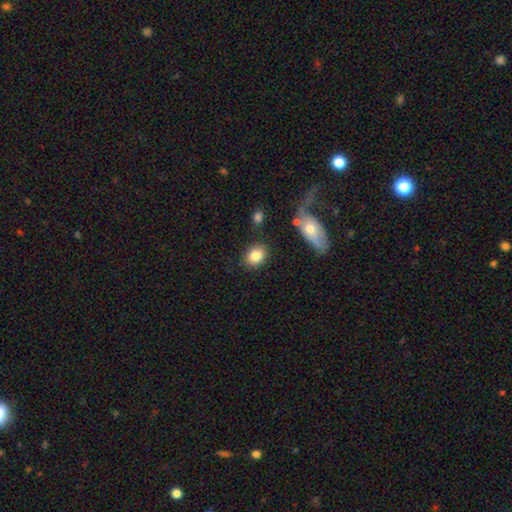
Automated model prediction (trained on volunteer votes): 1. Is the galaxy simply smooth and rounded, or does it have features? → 83% smooth, 9% featured or disk, 8% star or artifact.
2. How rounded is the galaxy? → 56% in between, 43% round, 1% cigar-shaped.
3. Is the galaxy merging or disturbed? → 82% none, 11% minor disturbance, 4% merger, 3% major disturbance.